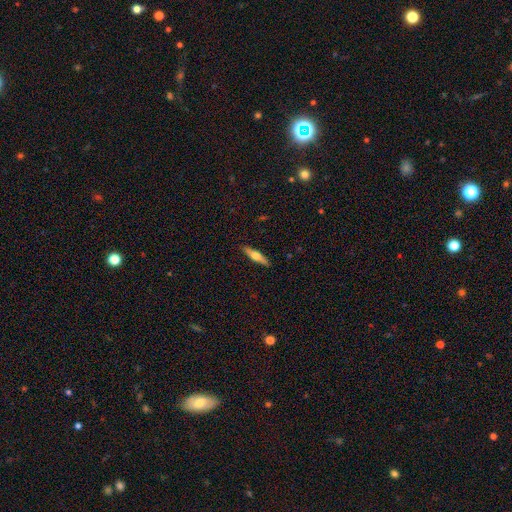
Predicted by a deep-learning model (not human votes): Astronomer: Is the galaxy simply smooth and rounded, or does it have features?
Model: smooth — 51% (runner-up: featured or disk, 44%).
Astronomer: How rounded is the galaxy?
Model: cigar-shaped — 76%.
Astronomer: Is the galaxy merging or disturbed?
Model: none — 90%.